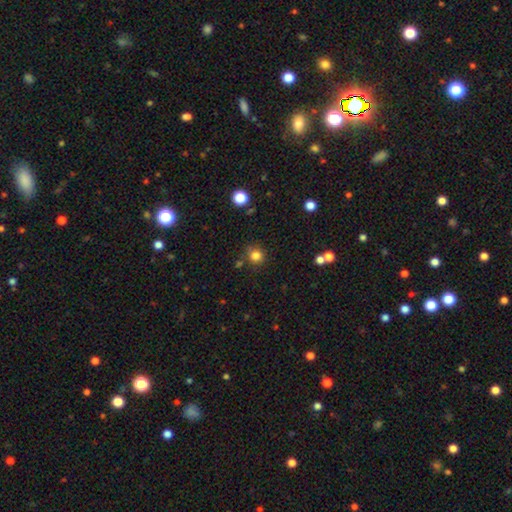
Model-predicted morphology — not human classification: Smooth or featured?
  - smooth: 82% *
  - star or artifact: 13%
  - featured or disk: 5%
How rounded?
  - round: 92% *
  - in between: 7%
  - cigar-shaped: 1%
Merging?
  - none: 80% *
  - minor disturbance: 11%
  - merger: 5%
  - major disturbance: 4%